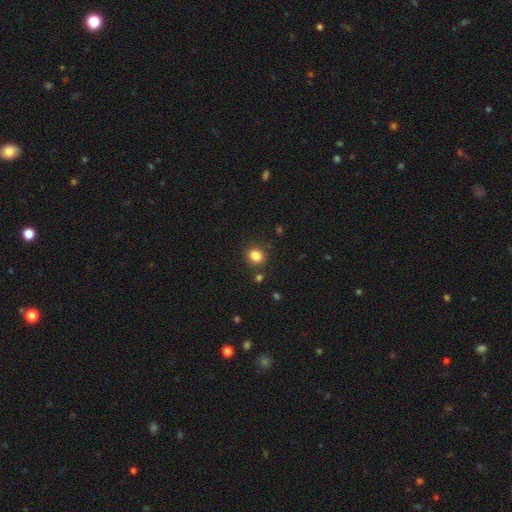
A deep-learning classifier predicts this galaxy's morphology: smooth-or-featured: smooth: 84% | star or artifact: 11% | featured or disk: 5%
  how-rounded: round: 71% | in between: 28% | cigar-shaped: 1%
  merging: none: 85% | minor disturbance: 9% | merger: 4% | major disturbance: 3%